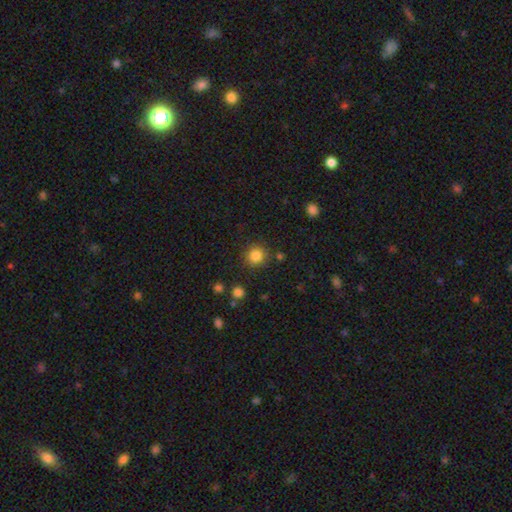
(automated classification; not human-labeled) The model was most divided on "smooth or featured": smooth: 84%, star or artifact: 11%, featured or disk: 5%. More confident: how rounded — round (92%); merging — none (86%).